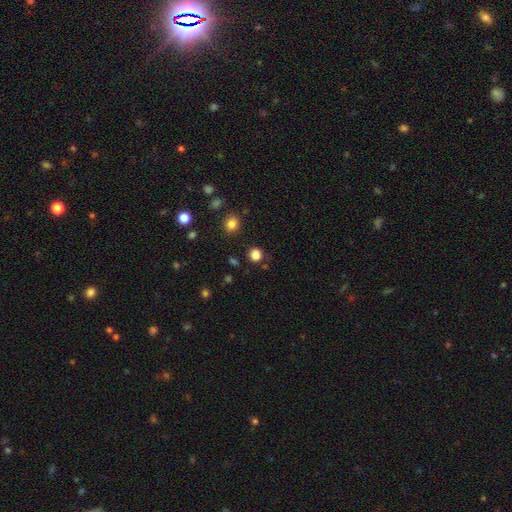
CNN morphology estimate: This appears to be a smooth galaxy with no disk features (82%) that is round (87%). Merging: none (87%).